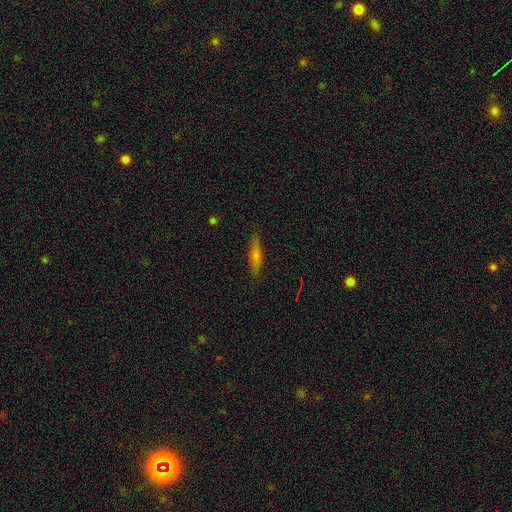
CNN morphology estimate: Overall: smooth (57%; featured or disk 33%). How rounded: cigar-shaped (86%). Merging: none (88%).